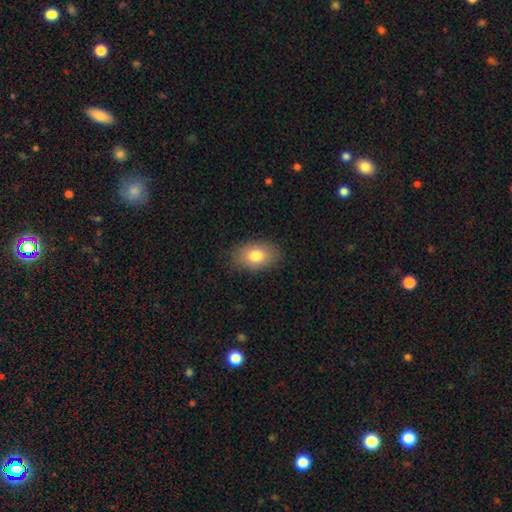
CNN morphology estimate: This appears to be a smooth galaxy with no disk features (80%) that is in between round and cigar-shaped (88%). Merging: none (84%).